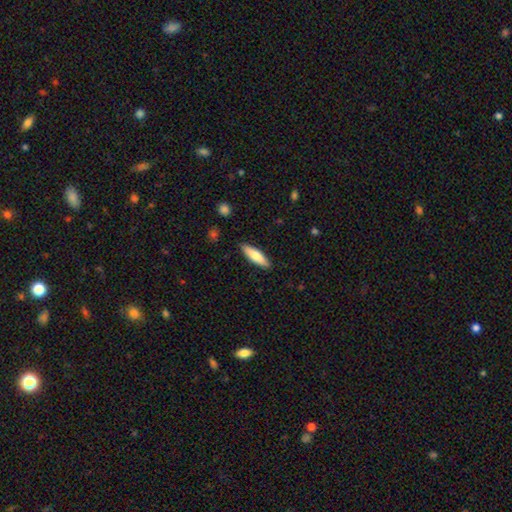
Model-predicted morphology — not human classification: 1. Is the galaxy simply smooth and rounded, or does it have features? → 74% smooth, 21% featured or disk, 5% star or artifact.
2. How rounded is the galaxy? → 63% cigar-shaped, 36% in between, 2% round.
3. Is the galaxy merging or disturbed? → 88% none, 9% minor disturbance, 2% major disturbance, 1% merger.